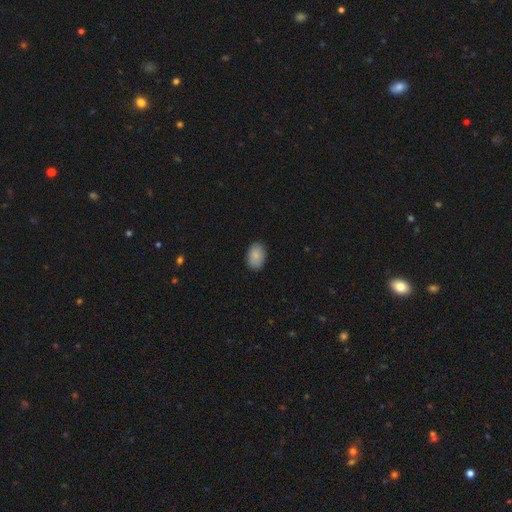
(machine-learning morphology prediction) The model was most divided on "how rounded": in between: 86%, round: 13%, cigar-shaped: 1%. More confident: smooth or featured — smooth (87%); merging — none (87%).